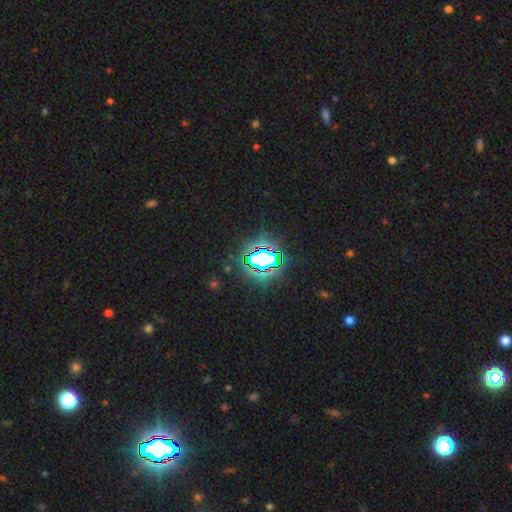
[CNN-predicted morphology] Q: Smooth or featured?
A: star or artifact (76%); runner-up: smooth (14%)